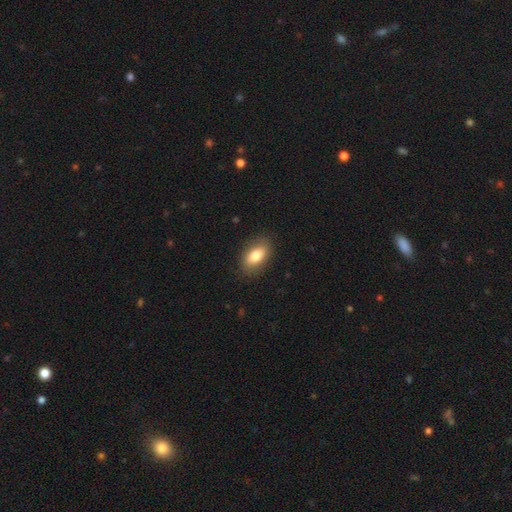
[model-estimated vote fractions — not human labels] Smooth or featured? Predicted: smooth (p=0.79). How rounded? Predicted: in between (p=0.90). Merging? Predicted: none (p=0.83).